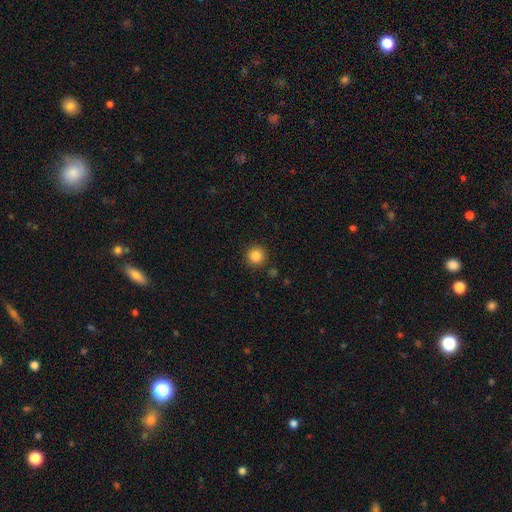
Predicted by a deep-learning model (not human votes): Smooth or featured: smooth — 85% (star or artifact — 10%)
How rounded: round — 94% (in between — 5%)
Merging: none — 90% (minor disturbance — 6%)